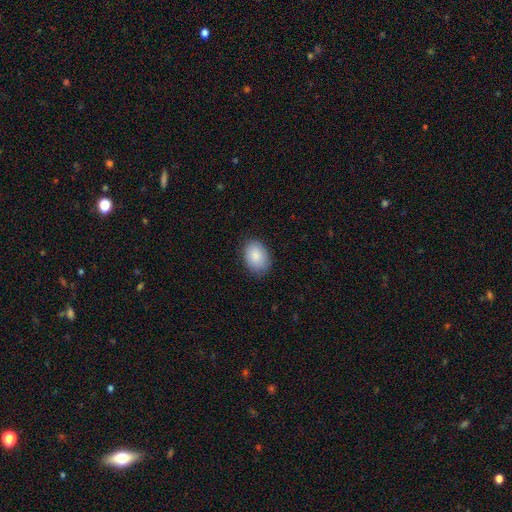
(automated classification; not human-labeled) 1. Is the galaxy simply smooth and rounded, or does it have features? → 87% smooth, 6% star or artifact, 6% featured or disk.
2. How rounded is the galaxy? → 82% in between, 18% round, 1% cigar-shaped.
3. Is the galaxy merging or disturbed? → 84% none, 13% minor disturbance, 3% major disturbance, 1% merger.